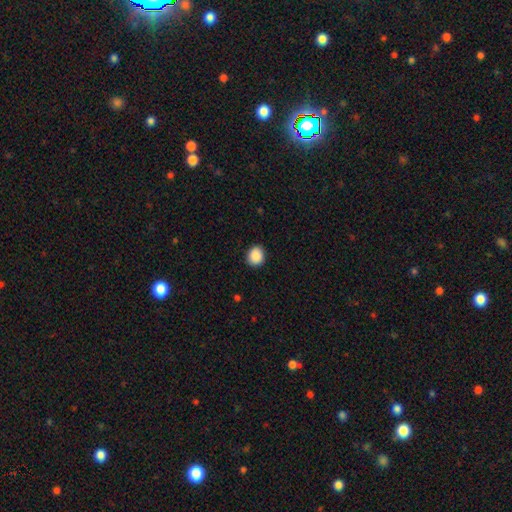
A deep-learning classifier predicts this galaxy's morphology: This is clearly a smooth galaxy (89%). How rounded: likely round (78%). Merging: clearly none (89%).